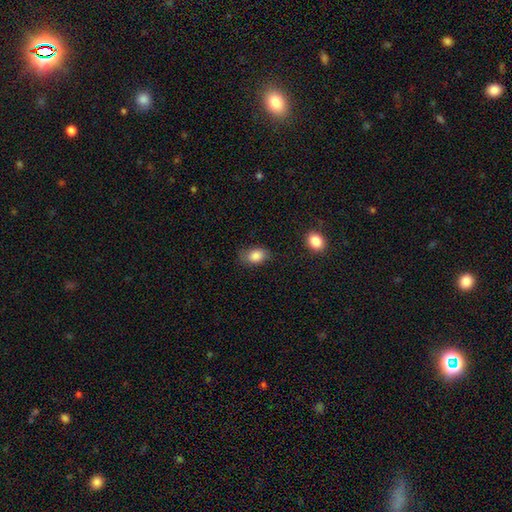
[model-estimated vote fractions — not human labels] Overall: smooth (86%). How rounded: in between (79%). Merging: none (70%).